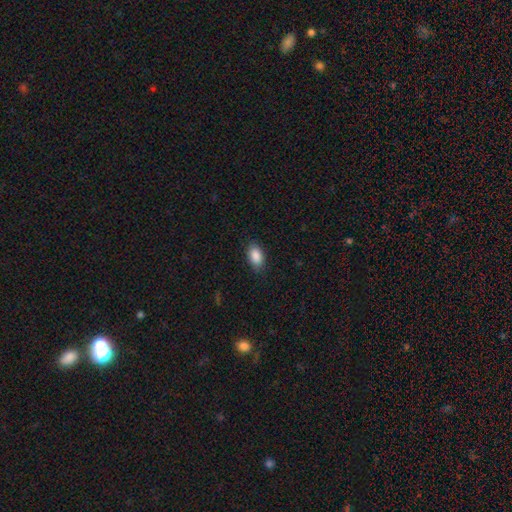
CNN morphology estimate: Overall: smooth (89%). How rounded: in between (92%). Merging: none (85%).